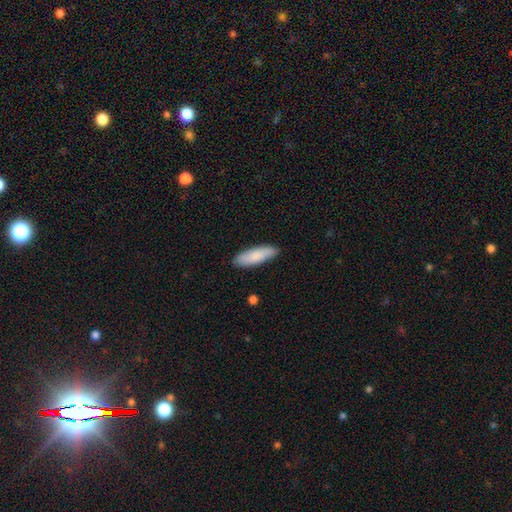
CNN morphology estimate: Smooth or featured? smooth (85%)
How rounded? in between (50%)
Merging? none (88%)